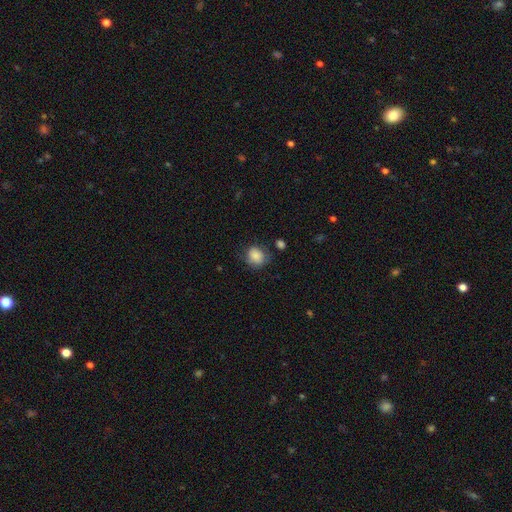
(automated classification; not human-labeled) Smooth or featured? smooth (84%)
How rounded? round (69%)
Merging? none (66%)